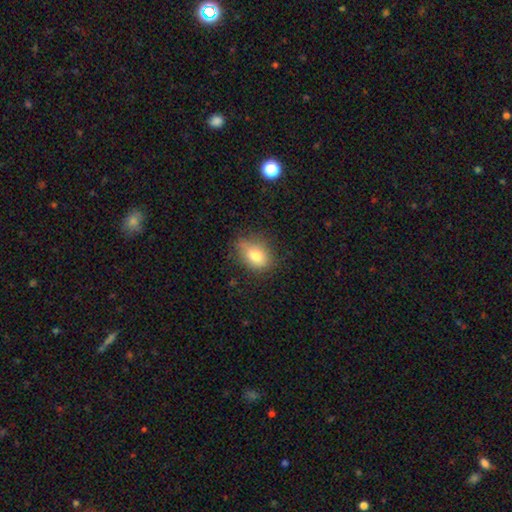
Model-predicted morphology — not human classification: This is likely a smooth galaxy (79%). How rounded: likely in between (71%). Merging: likely none (66%).